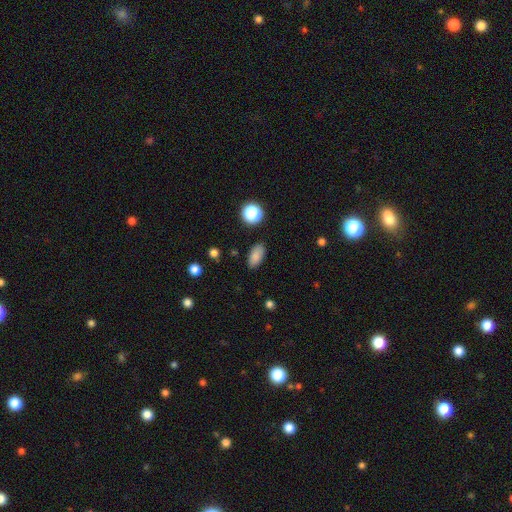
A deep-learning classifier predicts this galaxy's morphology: smooth 84%, star or artifact 10%, featured or disk 5%. Down the decision tree: how rounded — in between (89%); merging — none (87%).